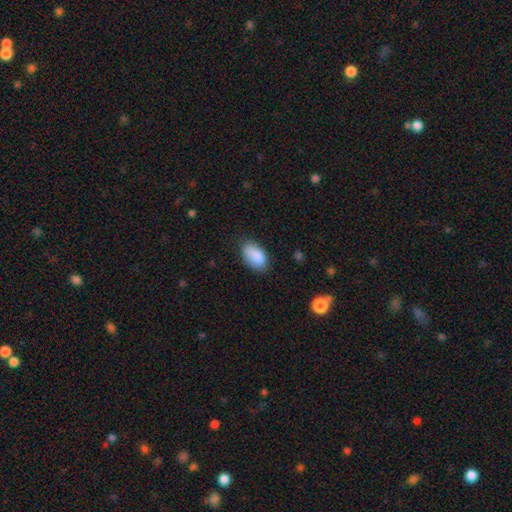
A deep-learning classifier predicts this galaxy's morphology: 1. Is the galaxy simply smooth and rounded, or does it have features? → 87% smooth, 7% star or artifact, 6% featured or disk.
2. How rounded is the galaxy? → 93% in between, 4% round, 3% cigar-shaped.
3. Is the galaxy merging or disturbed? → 74% none, 20% minor disturbance, 4% major disturbance, 2% merger.